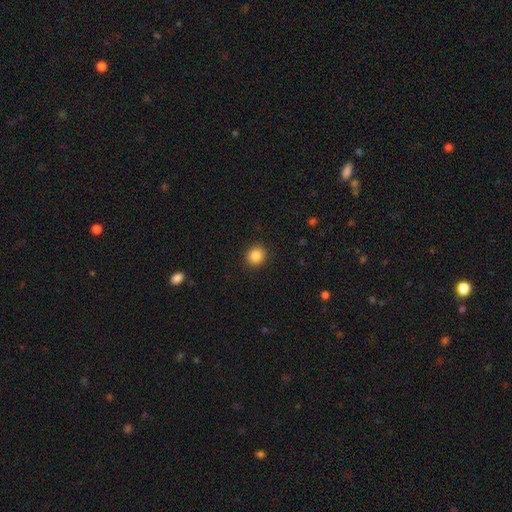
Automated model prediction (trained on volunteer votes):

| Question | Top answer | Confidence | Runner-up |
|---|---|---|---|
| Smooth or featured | smooth | 86% | star or artifact (10%) |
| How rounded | round | 87% | in between (12%) |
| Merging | none | 92% | minor disturbance (6%) |